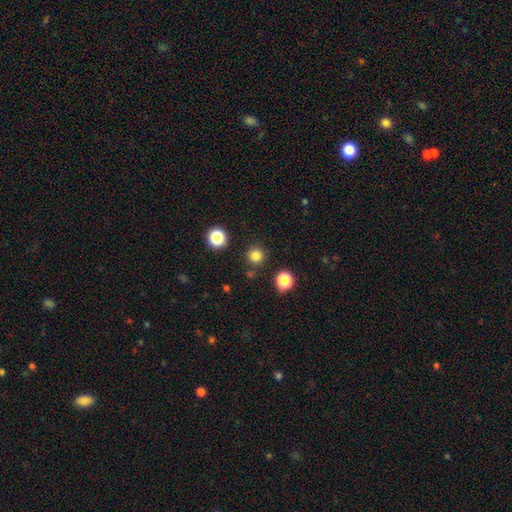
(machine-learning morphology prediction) smooth_or_featured: smooth (p=0.80) [alt: star or artifact p=0.15]
how_rounded: round (p=0.95) [alt: in between p=0.04]
merging: none (p=0.87) [alt: minor disturbance p=0.07]